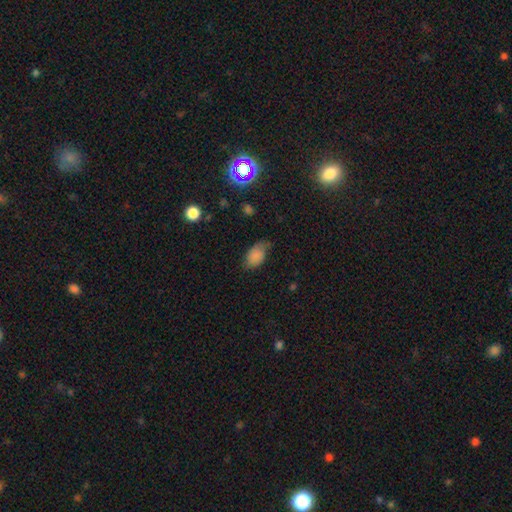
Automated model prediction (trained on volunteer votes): smooth_or_featured: smooth (p=0.83) [alt: star or artifact p=0.09]
how_rounded: in between (p=0.89) [alt: round p=0.09]
merging: none (p=0.55) [alt: minor disturbance p=0.35]